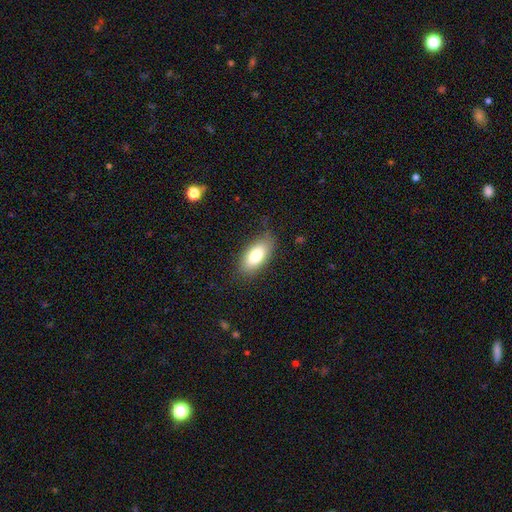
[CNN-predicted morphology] A smooth galaxy with no disk features (79%) that is in between round and cigar-shaped (89%). Merging: none (79%).